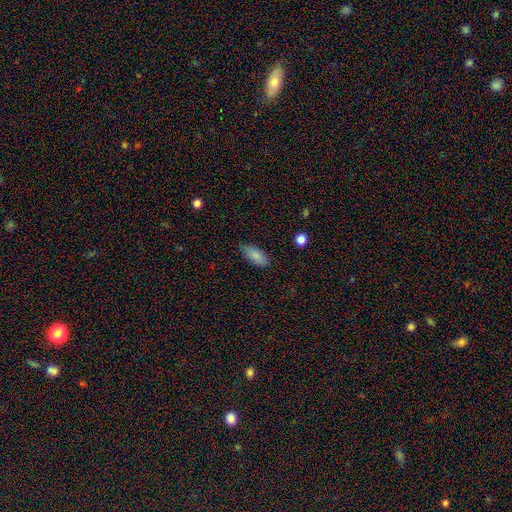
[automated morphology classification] Smooth or featured? smooth (84%)
How rounded? in between (86%)
Merging? none (78%)